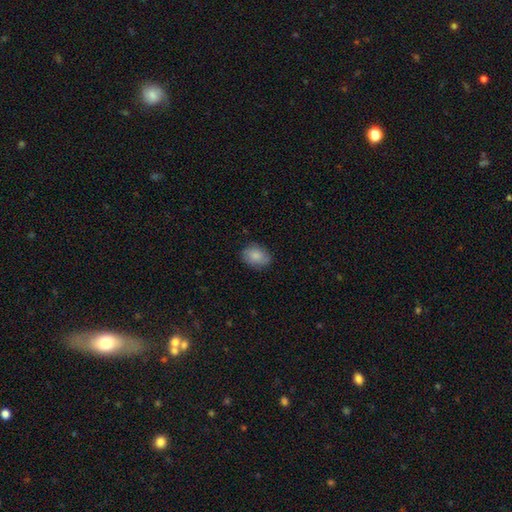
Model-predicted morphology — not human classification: smooth 86%, star or artifact 7%, featured or disk 7%. Down the decision tree: how rounded — in between (69%); merging — none (81%).